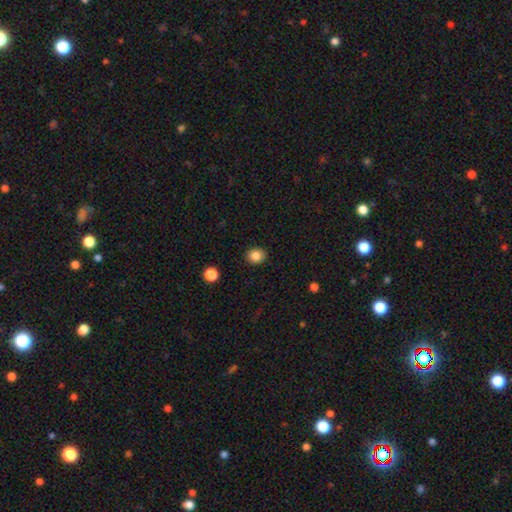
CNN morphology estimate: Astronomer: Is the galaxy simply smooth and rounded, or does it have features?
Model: smooth — 84%.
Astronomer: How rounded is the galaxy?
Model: round — 64%.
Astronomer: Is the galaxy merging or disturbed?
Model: none — 90%.